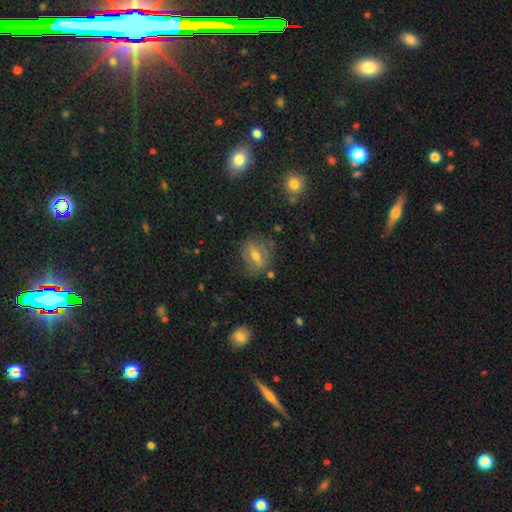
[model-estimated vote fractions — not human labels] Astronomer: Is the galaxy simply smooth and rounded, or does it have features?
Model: featured or disk — 44%, tied with smooth at 44%.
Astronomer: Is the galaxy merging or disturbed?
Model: none — 69%.